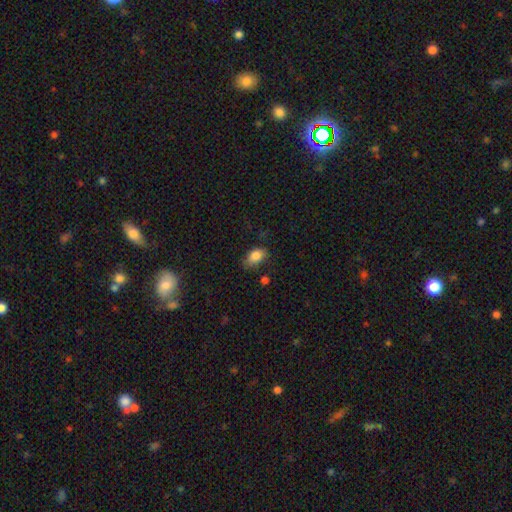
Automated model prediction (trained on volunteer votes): A smooth galaxy with no disk features (84%) that is in between round and cigar-shaped (86%). Merging: none (63%).